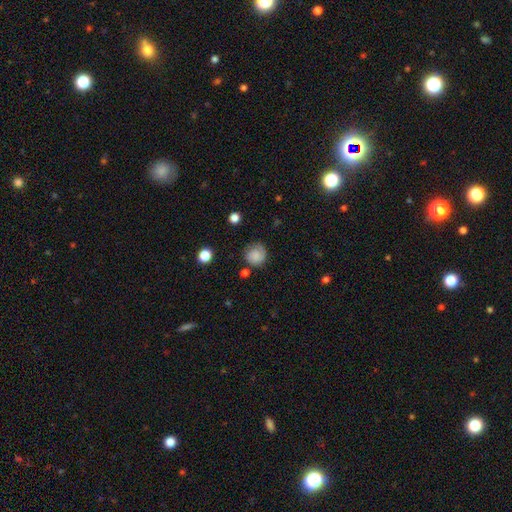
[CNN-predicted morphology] smooth-or-featured: smooth: 69% | featured or disk: 21% | star or artifact: 10%
  how-rounded: round: 88% | in between: 11% | cigar-shaped: 1%
  merging: none: 70% | minor disturbance: 20% | major disturbance: 7% | merger: 3%